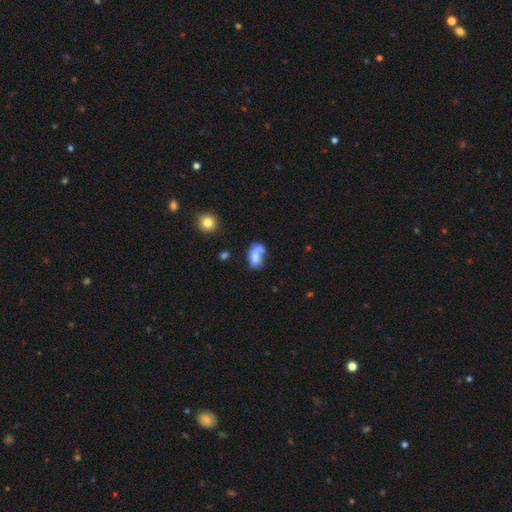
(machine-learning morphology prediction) Smooth or featured? smooth (63%)
How rounded? in between (85%)
Merging? merger (32%, tied with none)